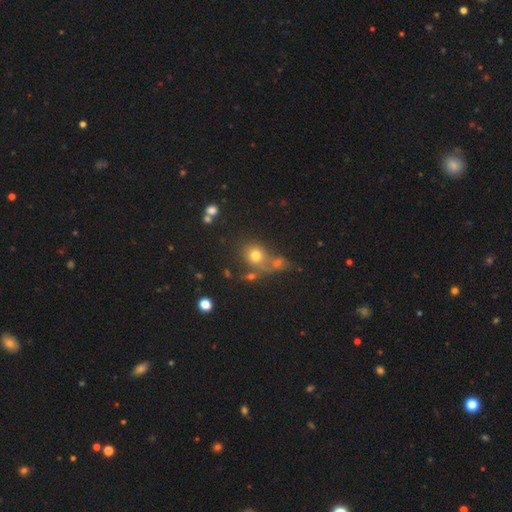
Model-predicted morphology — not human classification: smooth-or-featured: smooth: 72% | star or artifact: 16% | featured or disk: 12%
  how-rounded: round: 76% | in between: 23% | cigar-shaped: 1%
  merging: none: 50% | merger: 31% | minor disturbance: 12% | major disturbance: 7%